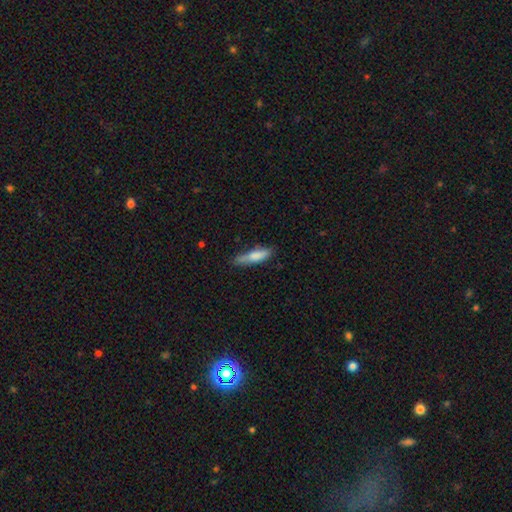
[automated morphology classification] smooth_or_featured: smooth (p=0.78) [alt: featured or disk p=0.16]
how_rounded: cigar-shaped (p=0.72) [alt: in between p=0.26]
merging: none (p=0.65) [alt: minor disturbance p=0.26]